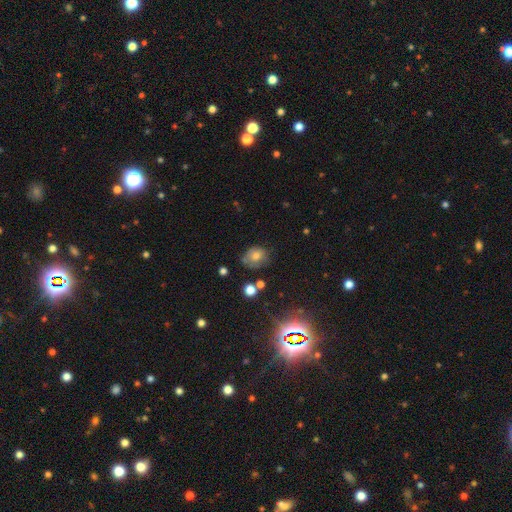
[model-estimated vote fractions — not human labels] Morphology: type=smooth (64%); roundness=round (56%); merging=none (56%).